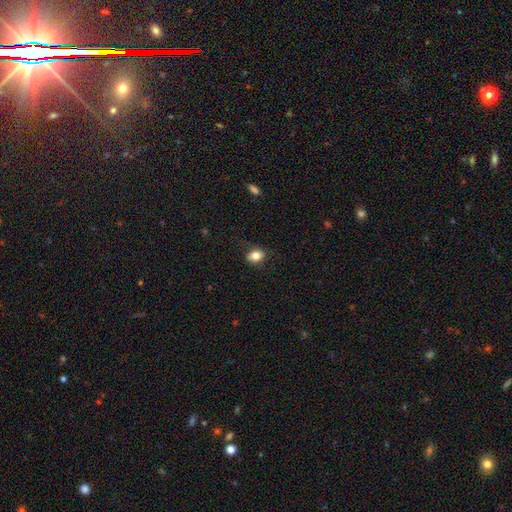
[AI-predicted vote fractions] Morphology: type=smooth (82%); roundness=in between (63%); merging=none (77%).